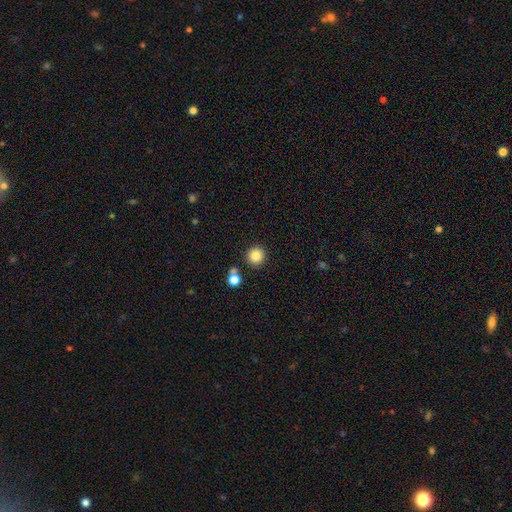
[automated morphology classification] Smooth or featured: smooth — 84% (star or artifact — 11%)
How rounded: round — 95% (in between — 4%)
Merging: none — 86% (minor disturbance — 6%)